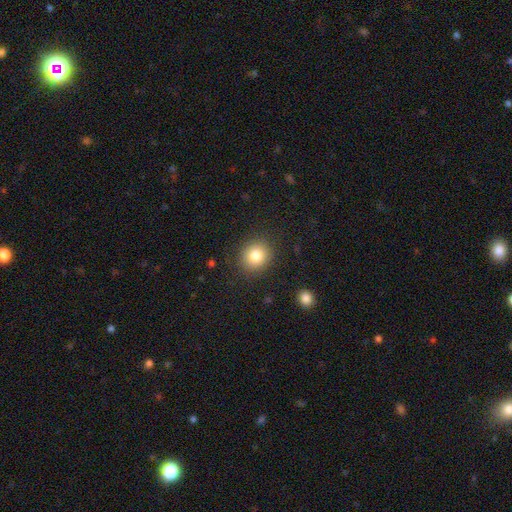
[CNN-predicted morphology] Overall: smooth (82%). How rounded: round (84%). Merging: none (88%).